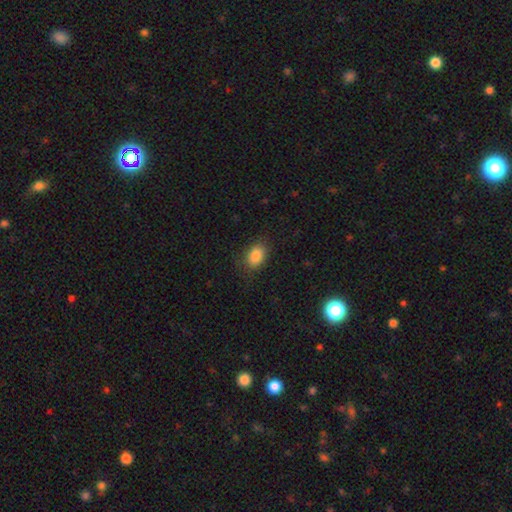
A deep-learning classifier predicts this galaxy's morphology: This is clearly a smooth galaxy (86%). How rounded: clearly in between (83%). Merging: likely none (80%).